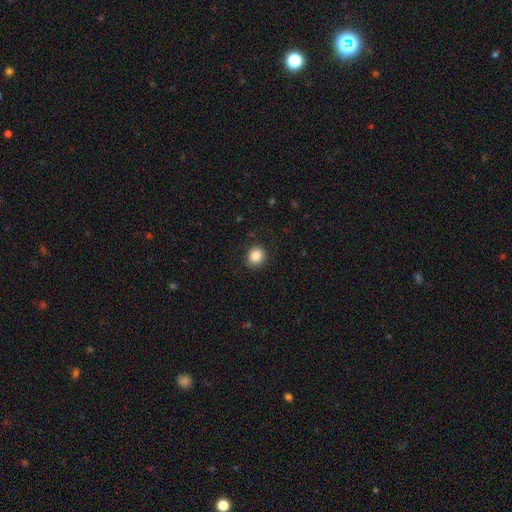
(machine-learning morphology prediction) smooth_or_featured: smooth (p=0.87) [alt: star or artifact p=0.09]
how_rounded: round (p=0.73) [alt: in between p=0.26]
merging: none (p=0.89) [alt: minor disturbance p=0.08]